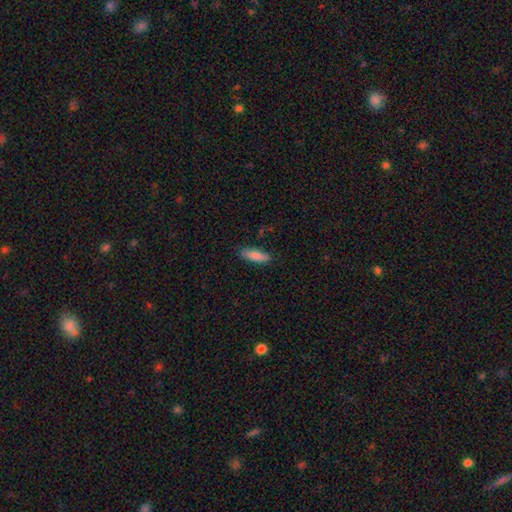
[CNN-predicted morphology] smooth-or-featured: smooth: 85% | featured or disk: 9% | star or artifact: 6%
  how-rounded: cigar-shaped: 52% | in between: 46% | round: 2%
  merging: none: 85% | minor disturbance: 12% | major disturbance: 2% | merger: 1%